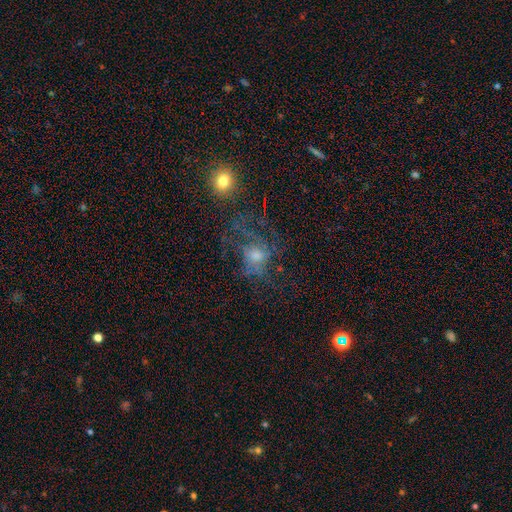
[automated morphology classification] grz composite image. It shows a featured or disk galaxy (51%). Merging: none (49%).